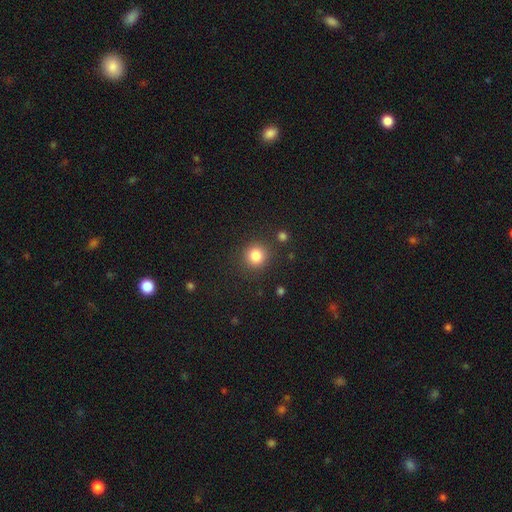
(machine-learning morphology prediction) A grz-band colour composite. It shows a smooth galaxy with no disk features (83%) that is round (90%). Merging: none (86%).